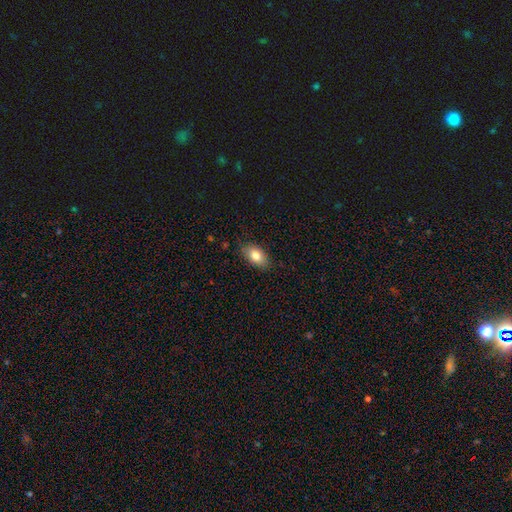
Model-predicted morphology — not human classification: smooth_or_featured: smooth (p=0.81) [alt: featured or disk p=0.11]
how_rounded: in between (p=0.89) [alt: round p=0.08]
merging: none (p=0.82) [alt: minor disturbance p=0.14]